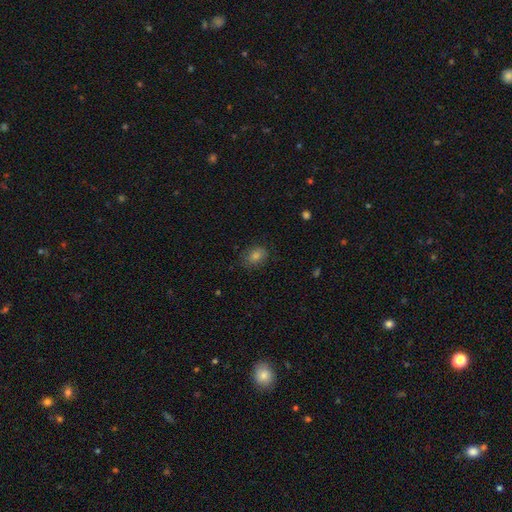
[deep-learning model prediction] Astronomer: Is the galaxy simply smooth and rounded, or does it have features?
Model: smooth — 71%.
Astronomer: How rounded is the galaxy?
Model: in between — 61% (runner-up: round, 38%).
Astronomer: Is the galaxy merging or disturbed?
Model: none — 83%.